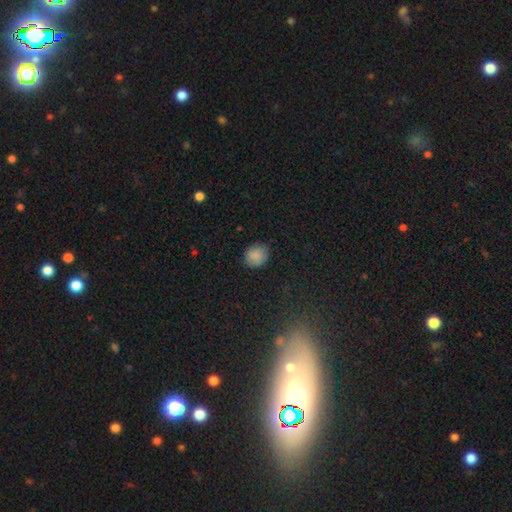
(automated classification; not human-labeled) Smooth or featured? Predicted: smooth (p=0.85). How rounded? Predicted: round (p=0.75). Merging? Predicted: none (p=0.82).